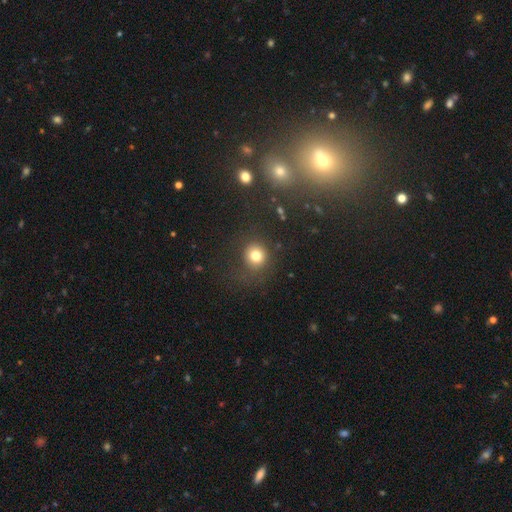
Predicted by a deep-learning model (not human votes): Q: Smooth or featured?
A: smooth (79%); runner-up: star or artifact (14%)
Q: How rounded?
A: round (88%); runner-up: in between (11%)
Q: Merging?
A: none (79%); runner-up: minor disturbance (12%)